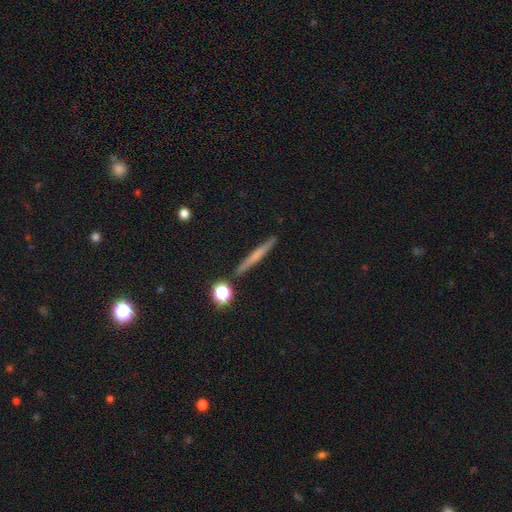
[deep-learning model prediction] smooth 53%, featured or disk 39%, star or artifact 8%. Down the decision tree: how rounded — cigar-shaped (93%); merging — none (89%).